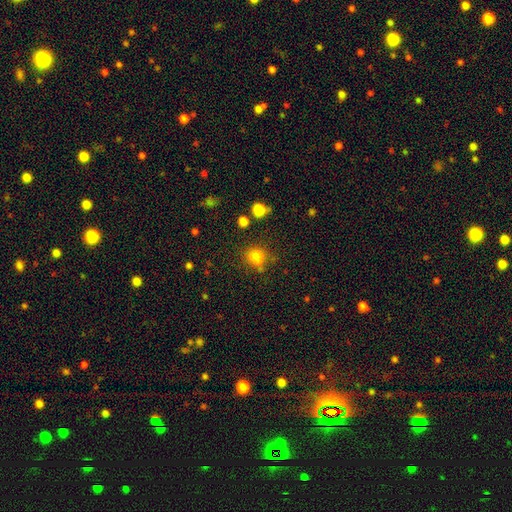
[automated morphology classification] Overall: smooth (72%). How rounded: round (58%; in between 41%). Merging: none (48%; merger 30%).